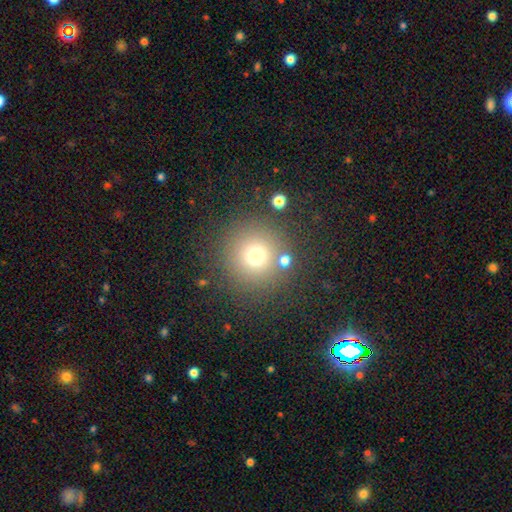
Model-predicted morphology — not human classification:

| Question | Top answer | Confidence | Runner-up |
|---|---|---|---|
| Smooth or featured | smooth | 72% | star or artifact (17%) |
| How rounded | round | 95% | in between (4%) |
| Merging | none | 83% | minor disturbance (8%) |